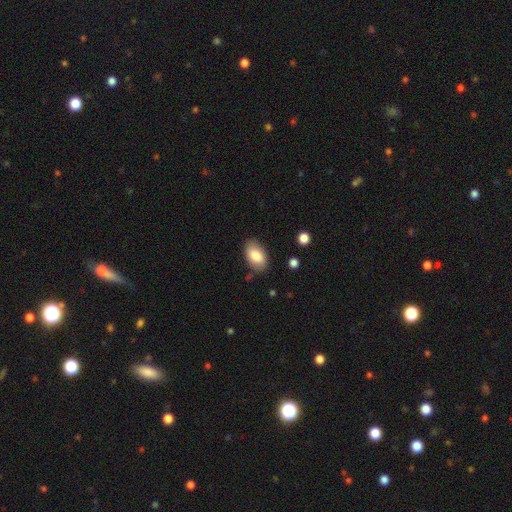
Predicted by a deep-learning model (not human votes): This appears to be a smooth galaxy with no disk features (85%) that is in between round and cigar-shaped (93%). Merging: none (80%).